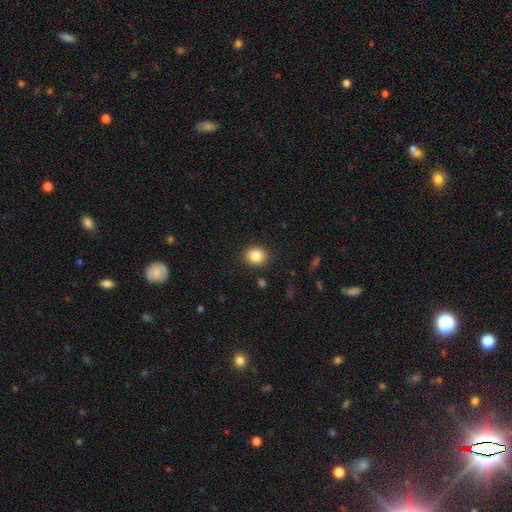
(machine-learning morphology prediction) A smooth galaxy with no disk features (85%) that is round (72%).

Vote fractions:
- Smooth or featured? smooth: 85% / star or artifact: 9% / featured or disk: 6%
- How rounded? round: 72% / in between: 27% / cigar-shaped: 1%
- Merging? none: 90% / minor disturbance: 7% / major disturbance: 2% / merger: 1%